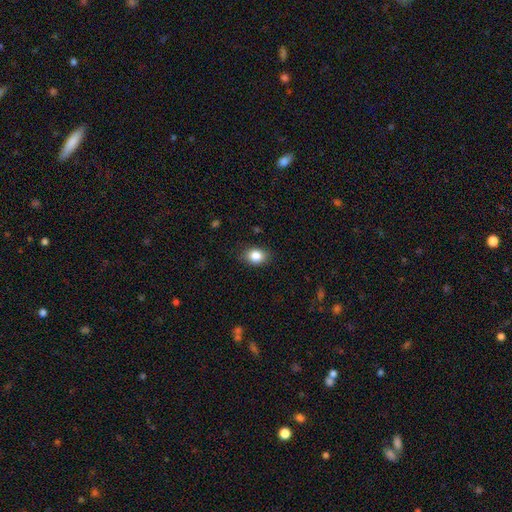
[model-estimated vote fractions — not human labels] Morphology: type=smooth (85%); roundness=in between (62%); merging=none (85%).